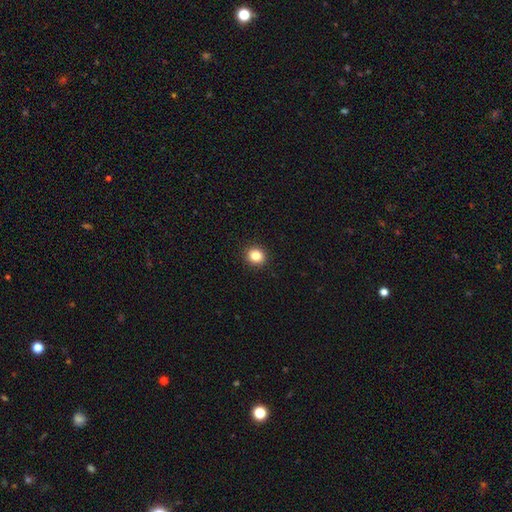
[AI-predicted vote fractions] Smooth or featured? smooth (84%)
How rounded? round (83%)
Merging? none (92%)